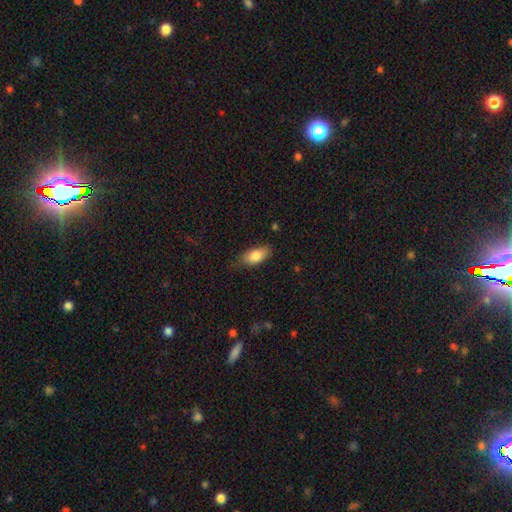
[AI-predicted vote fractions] A smooth galaxy with no disk features (84%) that is in between round and cigar-shaped (89%).

Vote fractions:
- Smooth or featured? smooth: 84% / featured or disk: 9% / star or artifact: 7%
- How rounded? in between: 89% / cigar-shaped: 8% / round: 3%
- Merging? none: 75% / minor disturbance: 20% / major disturbance: 4% / merger: 1%